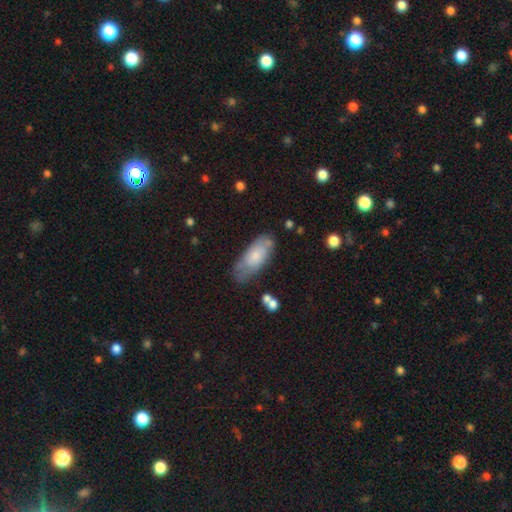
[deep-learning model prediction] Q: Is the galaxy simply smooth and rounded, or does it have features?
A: smooth — 58%.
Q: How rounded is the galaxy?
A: in between — 83%.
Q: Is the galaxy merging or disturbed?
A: none — 64%.